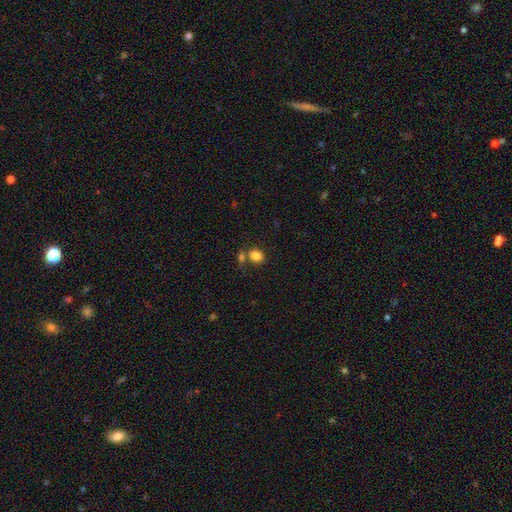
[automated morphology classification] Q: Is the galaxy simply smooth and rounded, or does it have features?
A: smooth — 84%.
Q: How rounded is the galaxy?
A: round — 55%.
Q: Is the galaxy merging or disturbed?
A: none — 60%.